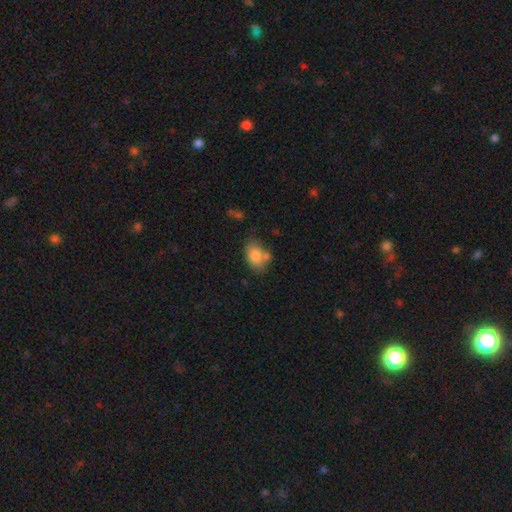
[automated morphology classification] smooth-or-featured: smooth: 81% | featured or disk: 12% | star or artifact: 7%
  how-rounded: in between: 84% | round: 15% | cigar-shaped: 1%
  merging: none: 54% | minor disturbance: 22% | merger: 18% | major disturbance: 6%